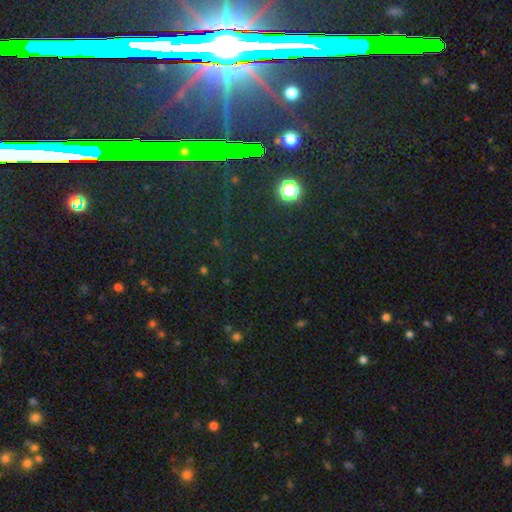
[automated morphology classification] Smooth or featured: star or artifact — 81% (smooth — 10%)